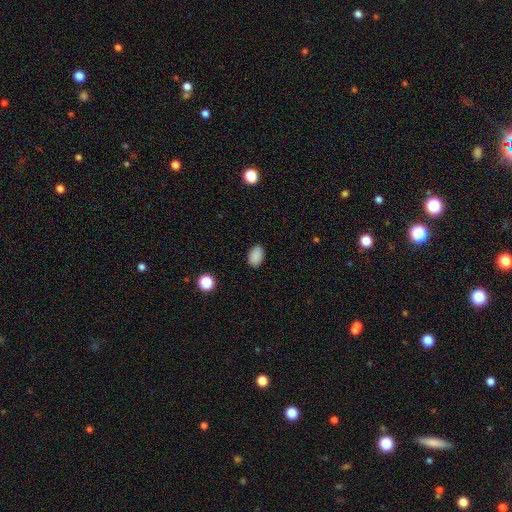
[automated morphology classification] Smooth or featured: smooth — 88% (star or artifact — 9%)
How rounded: in between — 87% (round — 11%)
Merging: none — 88% (minor disturbance — 9%)